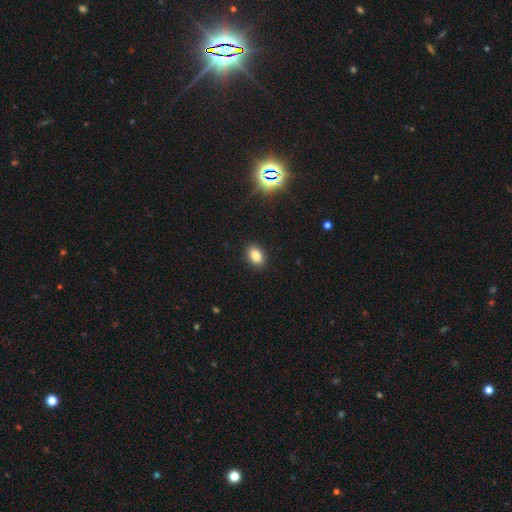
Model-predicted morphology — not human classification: Smooth or featured?
  - smooth: 81% *
  - star or artifact: 12%
  - featured or disk: 7%
How rounded?
  - in between: 81% *
  - round: 18%
  - cigar-shaped: 1%
Merging?
  - none: 90% *
  - minor disturbance: 7%
  - major disturbance: 2%
  - merger: 1%